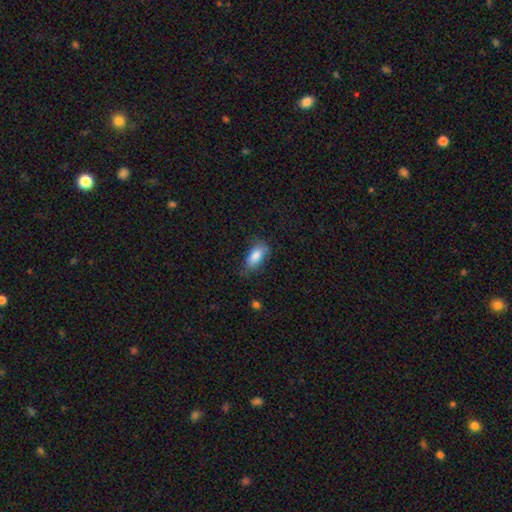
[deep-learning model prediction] Smooth or featured? smooth (84%)
How rounded? in between (88%)
Merging? none (65%)